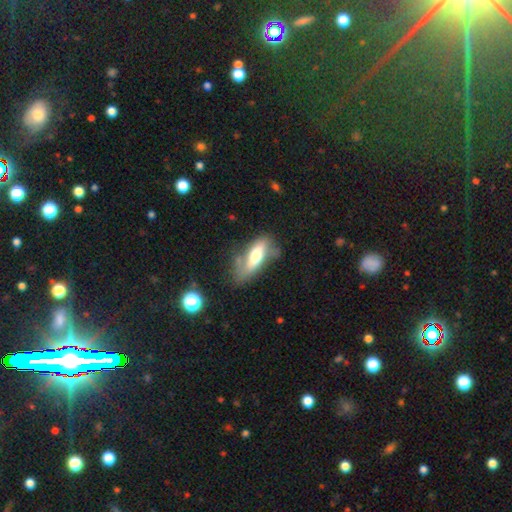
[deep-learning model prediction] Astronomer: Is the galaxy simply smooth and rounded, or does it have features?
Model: smooth — 52% (runner-up: featured or disk, 40%).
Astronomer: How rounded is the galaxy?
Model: in between — 67%.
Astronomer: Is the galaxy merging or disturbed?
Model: none — 51% (runner-up: minor disturbance, 28%).